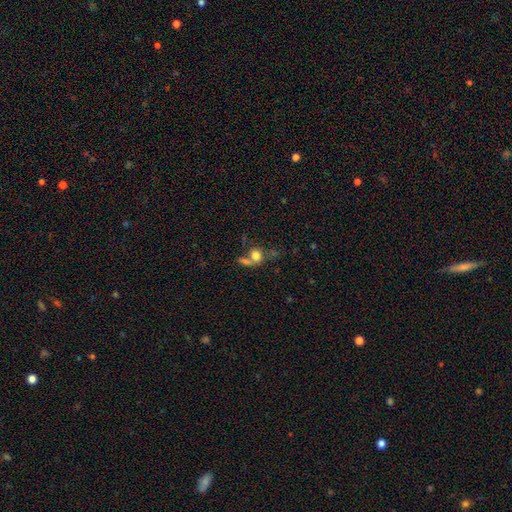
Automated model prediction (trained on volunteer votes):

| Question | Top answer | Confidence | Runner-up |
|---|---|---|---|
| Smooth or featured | smooth | 74% | featured or disk (13%) |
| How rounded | round | 68% | in between (29%) |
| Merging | merger | 40% | none (38%) |